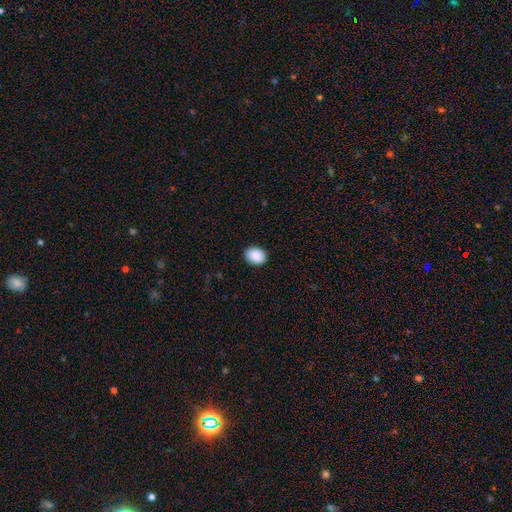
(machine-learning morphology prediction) This is clearly a smooth galaxy (90%). How rounded: possibly in between (53%). Merging: clearly none (91%).